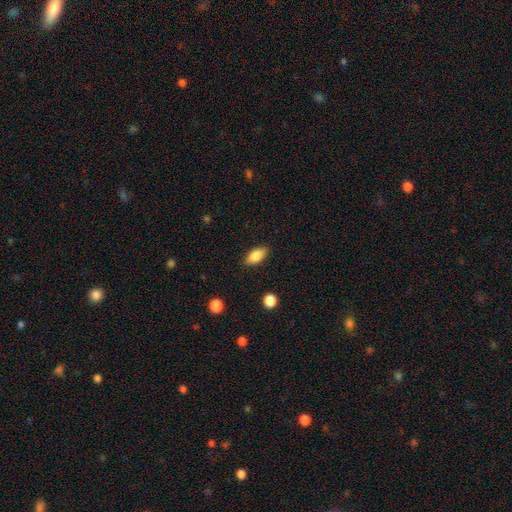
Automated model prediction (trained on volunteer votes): A smooth galaxy with no disk features (82%) that is in between round and cigar-shaped (86%).

Vote fractions:
- Smooth or featured? smooth: 82% / featured or disk: 11% / star or artifact: 7%
- How rounded? in between: 86% / cigar-shaped: 10% / round: 4%
- Merging? none: 86% / minor disturbance: 11% / major disturbance: 2% / merger: 1%